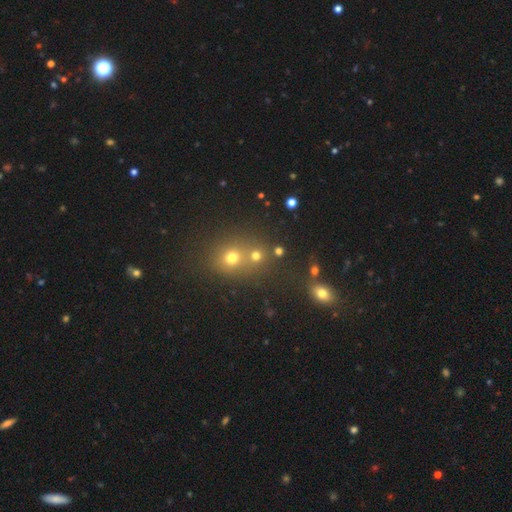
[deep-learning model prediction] smooth 68%, star or artifact 23%, featured or disk 9%. Down the decision tree: how rounded — round (83%); merging — none (58%).